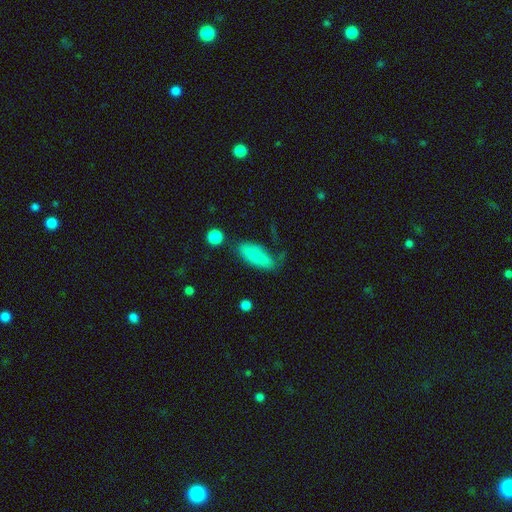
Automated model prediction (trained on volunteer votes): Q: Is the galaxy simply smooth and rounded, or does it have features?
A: smooth — 82%.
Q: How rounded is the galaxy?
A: in between — 73%.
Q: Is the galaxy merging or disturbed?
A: none — 58%.